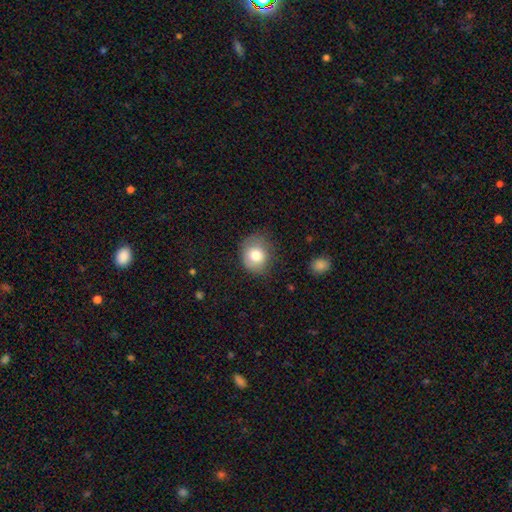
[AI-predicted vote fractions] smooth_or_featured: smooth (p=0.77) [alt: featured or disk p=0.14]
how_rounded: round (p=0.66) [alt: in between p=0.33]
merging: none (p=0.66) [alt: minor disturbance p=0.25]